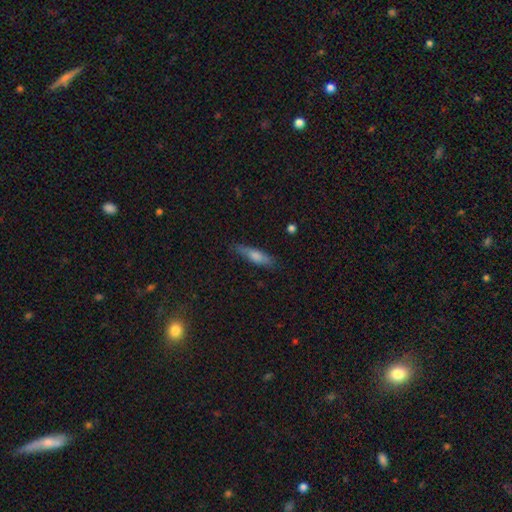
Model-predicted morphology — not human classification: Smooth or featured? smooth (59%)
How rounded? cigar-shaped (75%)
Merging? none (80%)